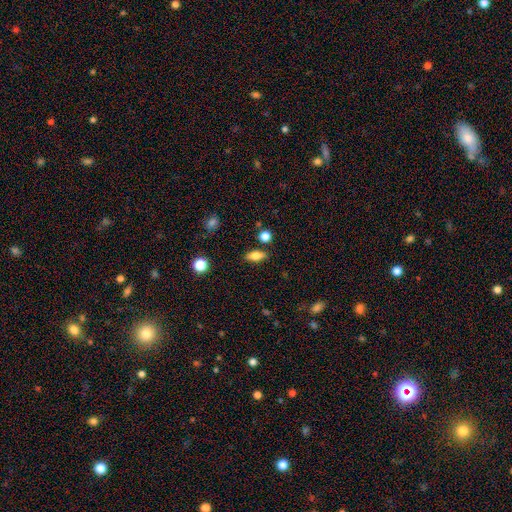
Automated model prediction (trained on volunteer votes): smooth-or-featured: smooth: 74% | featured or disk: 17% | star or artifact: 9%
  how-rounded: in between: 77% | cigar-shaped: 16% | round: 7%
  merging: none: 84% | minor disturbance: 10% | merger: 3% | major disturbance: 3%